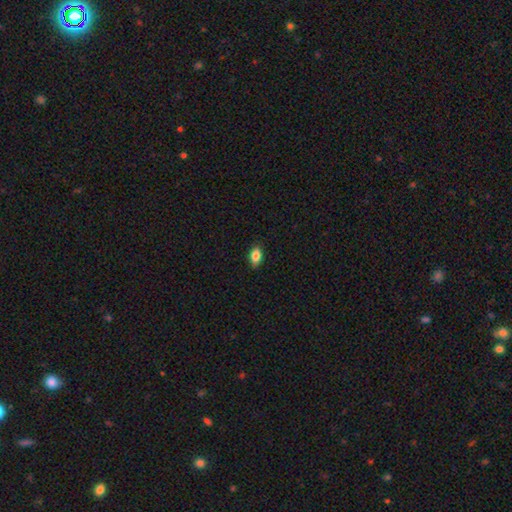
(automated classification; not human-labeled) smooth_or_featured: smooth (p=0.83) [alt: featured or disk p=0.09]
how_rounded: in between (p=0.87) [alt: round p=0.09]
merging: none (p=0.85) [alt: minor disturbance p=0.12]